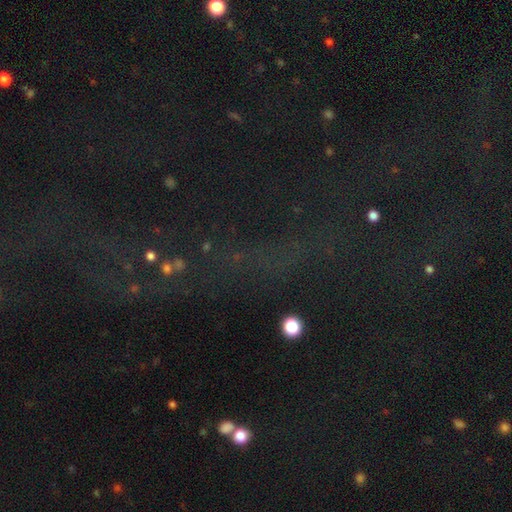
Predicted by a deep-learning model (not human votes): smooth-or-featured: star or artifact: 73% | smooth: 15% | featured or disk: 12%